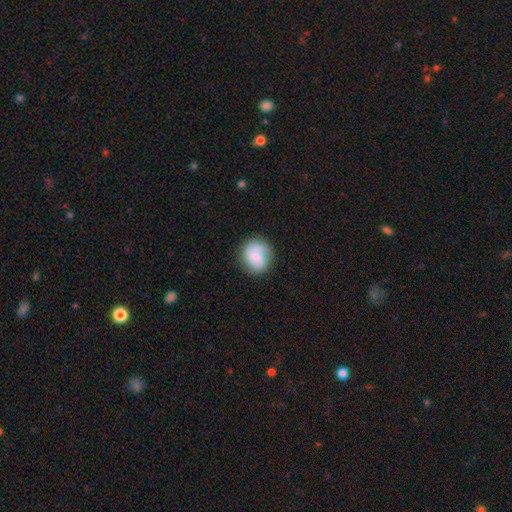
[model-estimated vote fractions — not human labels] Overall: smooth (63%; featured or disk 30%). How rounded: round (77%). Merging: none (74%).